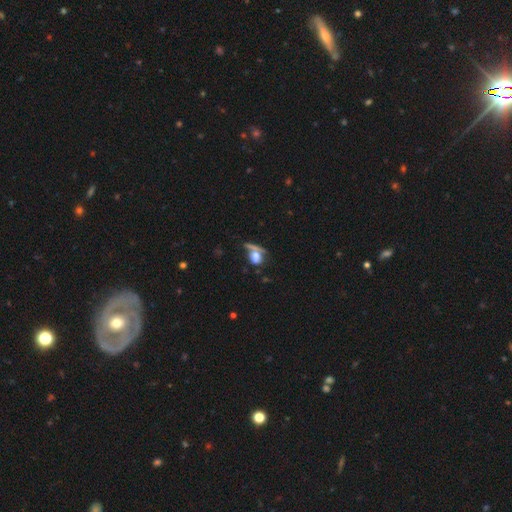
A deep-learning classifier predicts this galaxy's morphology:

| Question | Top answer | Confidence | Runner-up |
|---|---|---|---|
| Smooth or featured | smooth | 62% | featured or disk (25%) |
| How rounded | round | 51% | in between (42%) |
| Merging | none | 36% | merger (32%) |